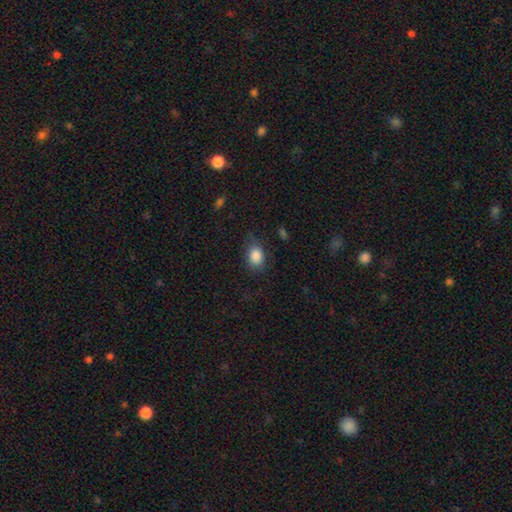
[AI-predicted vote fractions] Morphology: type=smooth (86%); roundness=in between (67%); merging=none (70%).